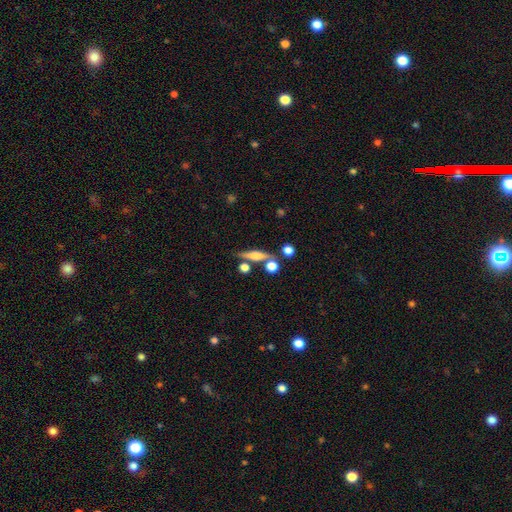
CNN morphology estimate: type=featured or disk (51%); edge-on=yes (92%); merging=none (72%).